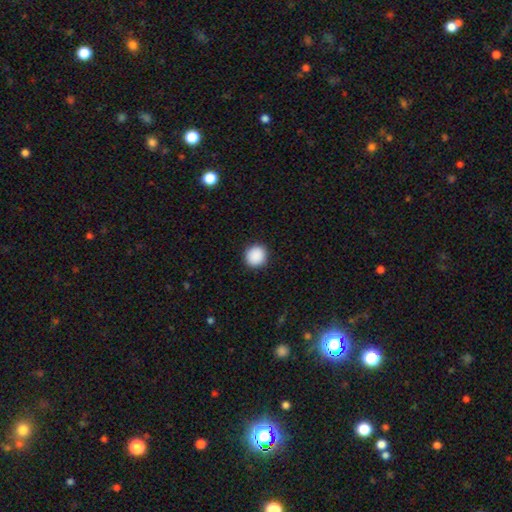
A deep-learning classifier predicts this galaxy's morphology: This is clearly a smooth galaxy (90%). How rounded: clearly round (91%). Merging: clearly none (92%).